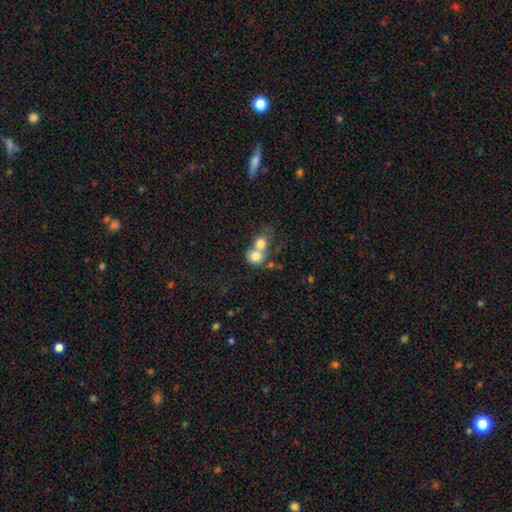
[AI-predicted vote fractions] Smooth or featured? Predicted: smooth (p=0.76). How rounded? Predicted: round (p=0.73). Merging? Predicted: merger (p=0.67).